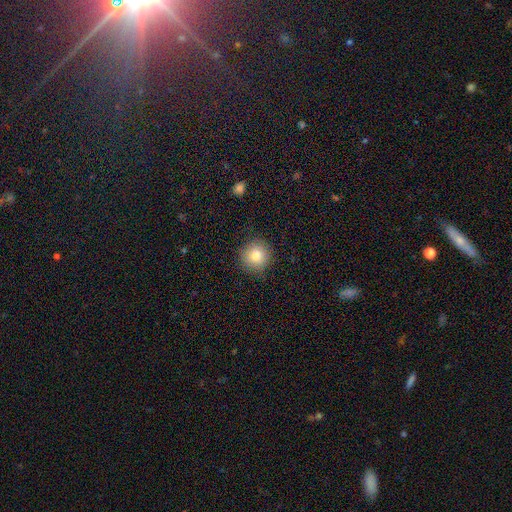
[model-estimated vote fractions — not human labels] Smooth or featured?
  - smooth: 79% *
  - star or artifact: 11%
  - featured or disk: 10%
How rounded?
  - round: 94% *
  - in between: 5%
  - cigar-shaped: 1%
Merging?
  - none: 88% *
  - minor disturbance: 9%
  - major disturbance: 2%
  - merger: 1%